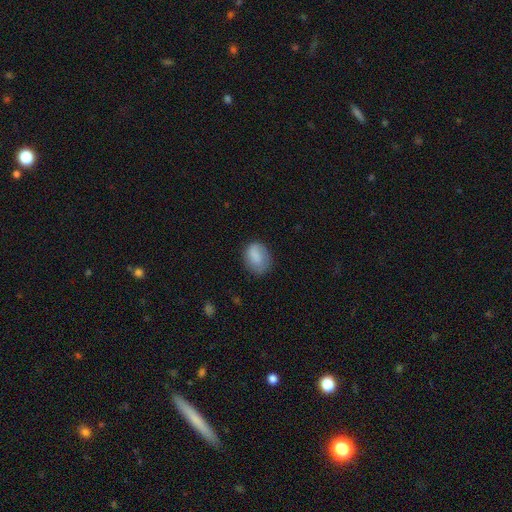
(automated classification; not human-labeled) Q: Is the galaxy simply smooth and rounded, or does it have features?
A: smooth — 82%.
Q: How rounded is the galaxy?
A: in between — 61%.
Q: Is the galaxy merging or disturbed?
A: none — 68%.